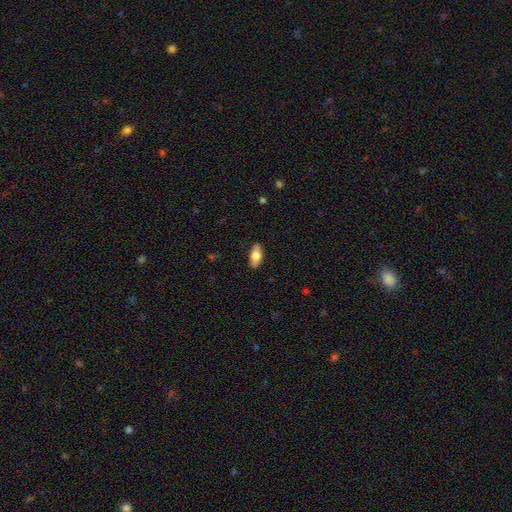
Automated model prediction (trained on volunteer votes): Morphology: type=smooth (76%); roundness=in between (87%); merging=none (88%).